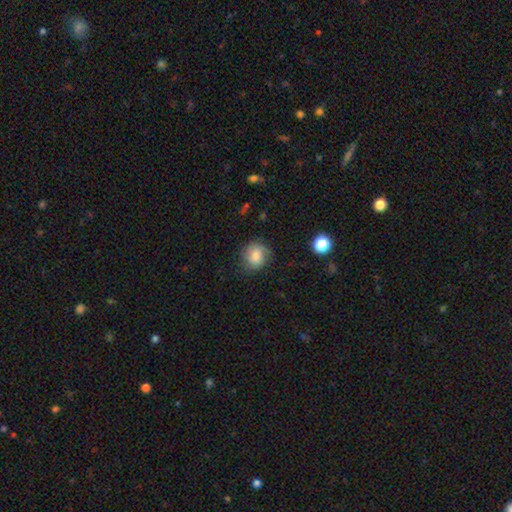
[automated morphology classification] Smooth or featured? Predicted: smooth (p=0.63). How rounded? Predicted: round (p=0.78). Merging? Predicted: none (p=0.70).